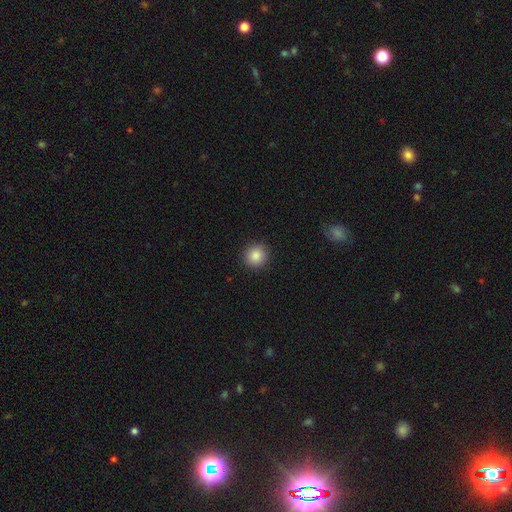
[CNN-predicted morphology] Smooth or featured? Predicted: smooth (p=0.87). How rounded? Predicted: round (p=0.92). Merging? Predicted: none (p=0.92).